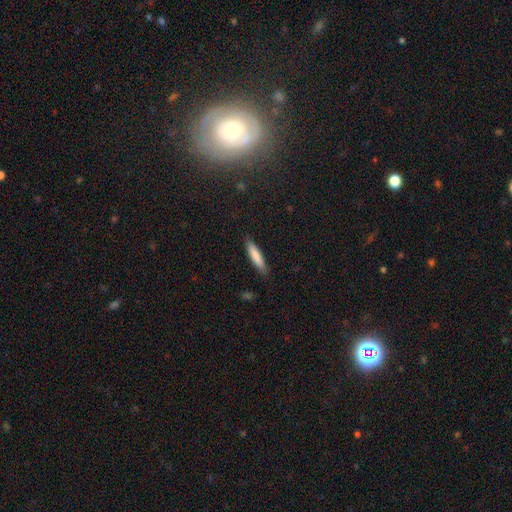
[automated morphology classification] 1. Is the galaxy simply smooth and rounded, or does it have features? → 83% smooth, 12% featured or disk, 6% star or artifact.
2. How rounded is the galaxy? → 83% cigar-shaped, 16% in between, 1% round.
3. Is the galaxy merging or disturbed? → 87% none, 10% minor disturbance, 2% major disturbance, 1% merger.